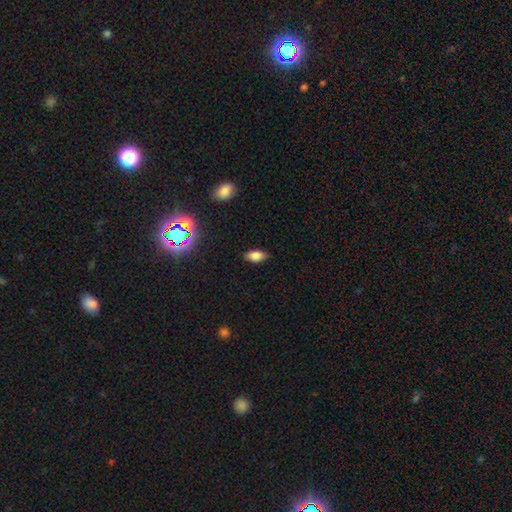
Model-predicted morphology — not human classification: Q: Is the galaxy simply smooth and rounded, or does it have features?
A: smooth — 80%.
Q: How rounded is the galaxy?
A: in between — 90%.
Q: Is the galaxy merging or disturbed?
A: none — 86%.